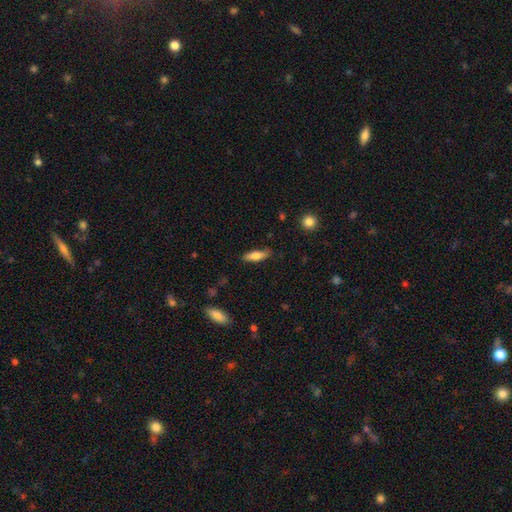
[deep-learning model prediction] A smooth galaxy with no disk features (71%) that is in between round and cigar-shaped (50%). Merging: none (81%).